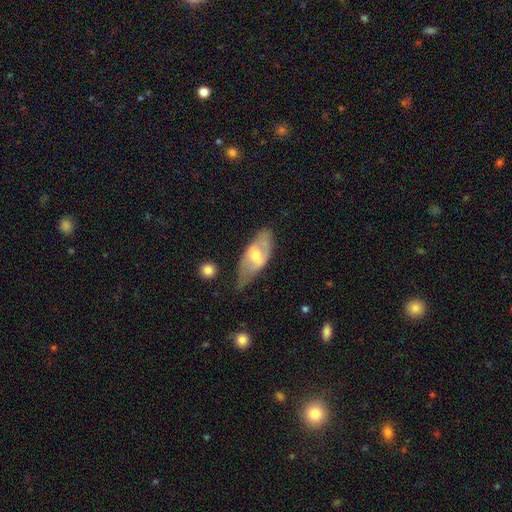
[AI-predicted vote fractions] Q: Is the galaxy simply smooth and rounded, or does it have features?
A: featured or disk — 53%.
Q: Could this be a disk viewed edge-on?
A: no — 76%.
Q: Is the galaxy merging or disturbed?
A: none — 46%.